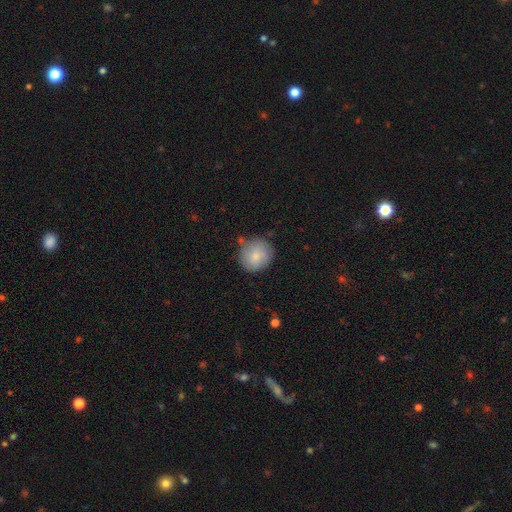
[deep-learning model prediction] Smooth or featured? smooth (79%)
How rounded? round (90%)
Merging? none (73%)